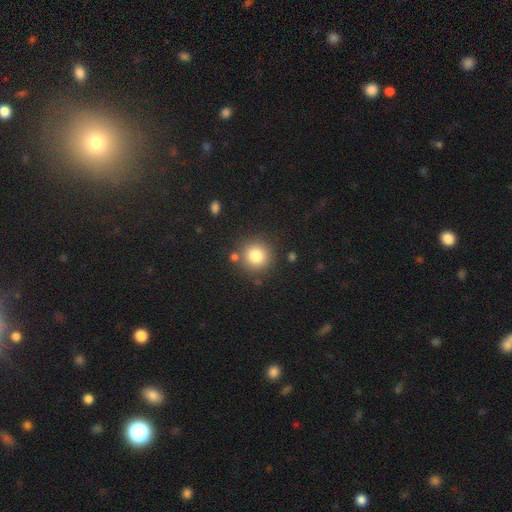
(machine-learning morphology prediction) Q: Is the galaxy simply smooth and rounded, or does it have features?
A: smooth — 81%.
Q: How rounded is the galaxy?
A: round — 93%.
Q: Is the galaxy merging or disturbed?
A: none — 81%.